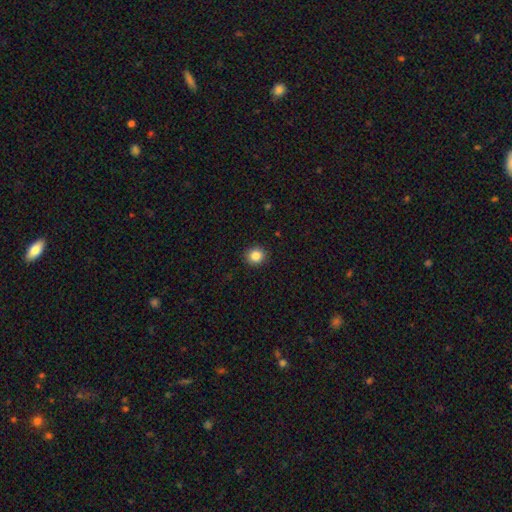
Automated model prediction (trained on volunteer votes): smooth 86%, star or artifact 10%, featured or disk 4%. Down the decision tree: how rounded — round (91%); merging — none (92%).